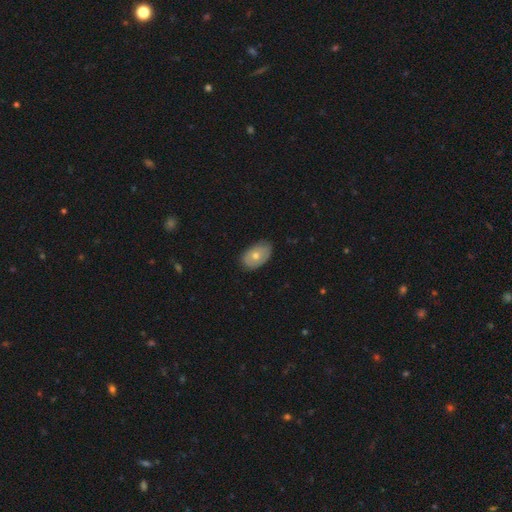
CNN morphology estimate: smooth_or_featured: smooth (p=0.64) [alt: featured or disk p=0.29]
how_rounded: in between (p=0.88) [alt: round p=0.11]
merging: none (p=0.75) [alt: minor disturbance p=0.21]